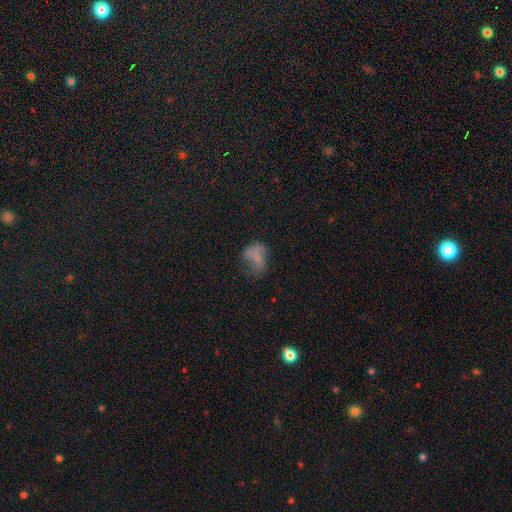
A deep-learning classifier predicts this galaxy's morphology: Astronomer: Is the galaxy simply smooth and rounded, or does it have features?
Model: smooth — 55%.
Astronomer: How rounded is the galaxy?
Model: in between — 75%.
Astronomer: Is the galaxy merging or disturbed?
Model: major disturbance — 34%, tied with none at 34%.